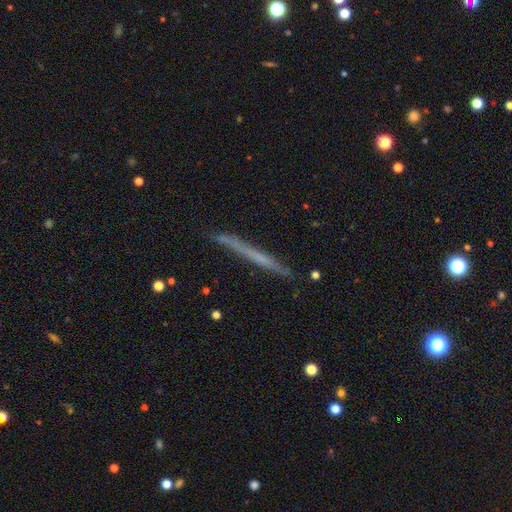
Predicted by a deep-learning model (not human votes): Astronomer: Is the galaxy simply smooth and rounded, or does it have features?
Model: featured or disk — 50% (runner-up: smooth, 43%).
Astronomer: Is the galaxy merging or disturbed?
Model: none — 87%.